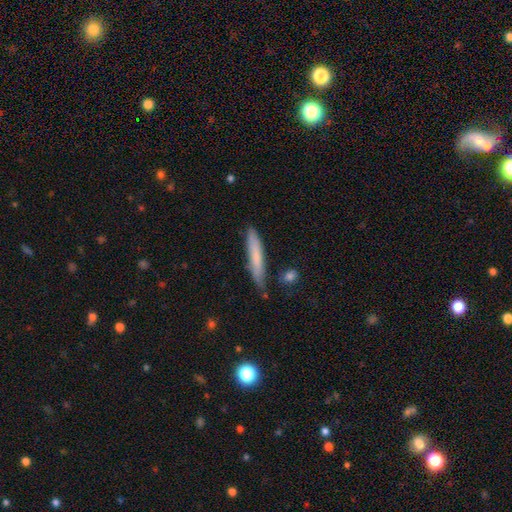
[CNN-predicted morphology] Smooth or featured? smooth (71%)
How rounded? cigar-shaped (93%)
Merging? none (77%)